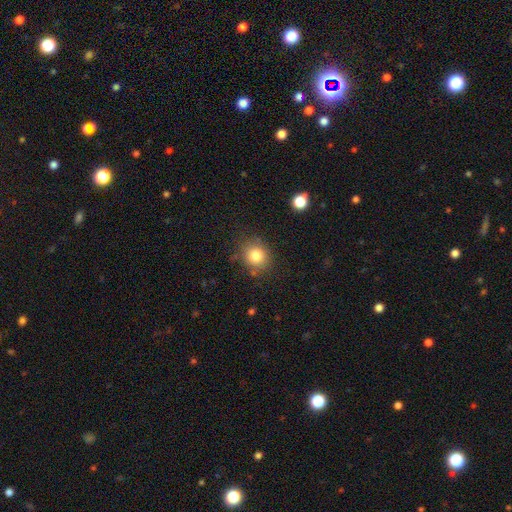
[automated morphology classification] smooth 81%, star or artifact 12%, featured or disk 7%. Down the decision tree: how rounded — round (82%); merging — none (82%).